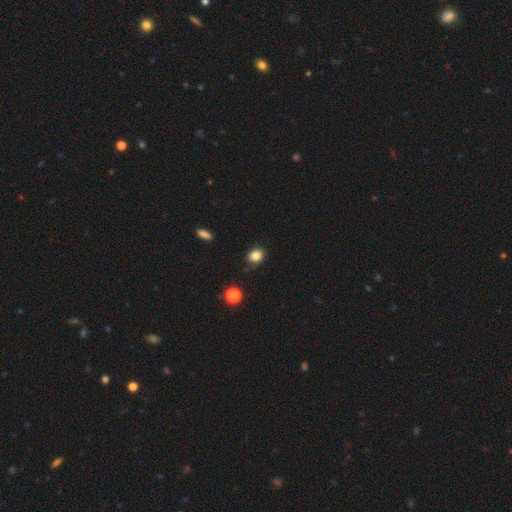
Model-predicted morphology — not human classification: smooth 84%, star or artifact 11%, featured or disk 5%. Down the decision tree: how rounded — in between (50%); merging — none (82%).